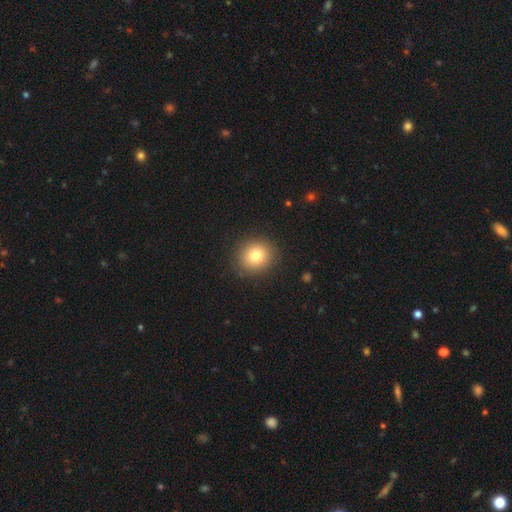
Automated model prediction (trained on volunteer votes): Smooth or featured: smooth — 79% (star or artifact — 11%)
How rounded: round — 84% (in between — 15%)
Merging: none — 90% (minor disturbance — 7%)